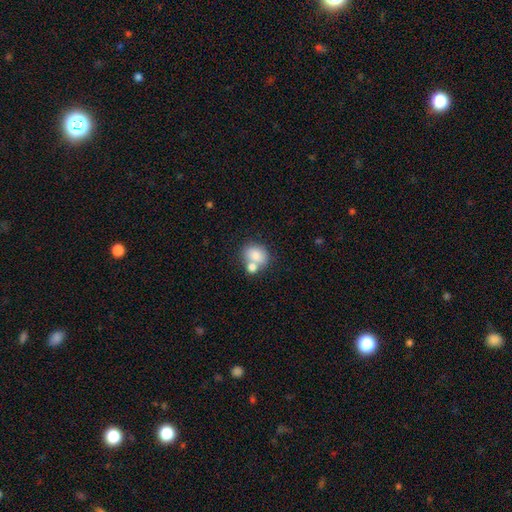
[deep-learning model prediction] A smooth galaxy with no disk features (80%) that is round (54%).

Vote fractions:
- Smooth or featured? smooth: 80% / featured or disk: 12% / star or artifact: 8%
- How rounded? round: 54% / in between: 45% / cigar-shaped: 1%
- Merging? none: 43% / merger: 41% / minor disturbance: 12% / major disturbance: 5%